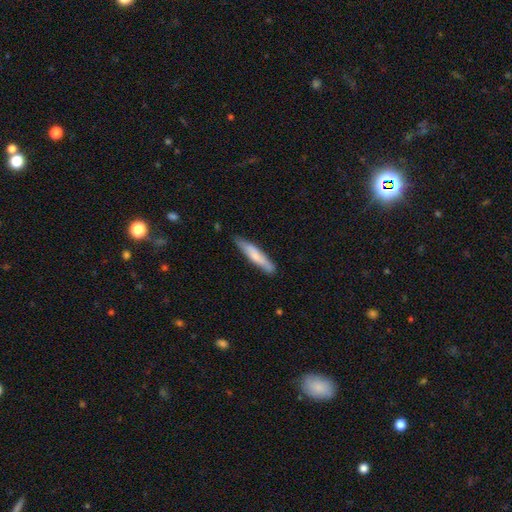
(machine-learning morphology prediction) A smooth galaxy with no disk features (69%) that is cigar-shaped (89%). Merging: none (80%).